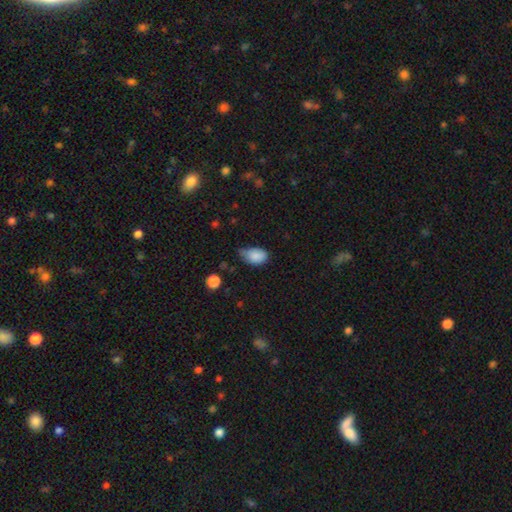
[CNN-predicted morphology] type=smooth (86%); roundness=in between (85%); merging=minor disturbance (51%).